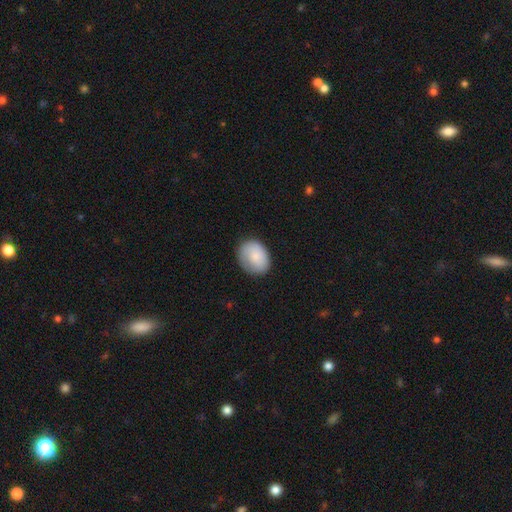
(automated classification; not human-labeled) This appears to be a smooth galaxy with no disk features (79%) that is in between round and cigar-shaped (57%). Merging: none (76%).